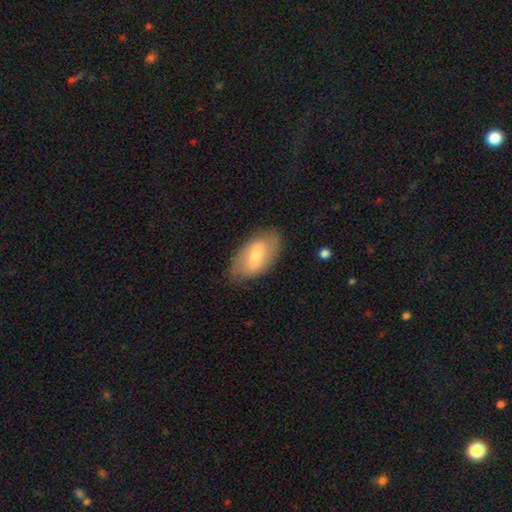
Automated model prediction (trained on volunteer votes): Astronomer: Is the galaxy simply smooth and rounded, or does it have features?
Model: smooth — 52% (runner-up: featured or disk, 42%).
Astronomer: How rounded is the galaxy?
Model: in between — 93%.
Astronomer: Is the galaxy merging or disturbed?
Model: none — 79%.